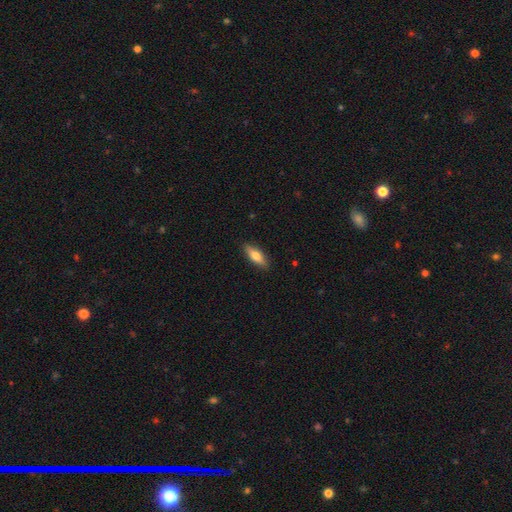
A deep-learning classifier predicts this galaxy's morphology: Smooth or featured: smooth — 68% (featured or disk — 26%)
How rounded: in between — 58% (cigar-shaped — 40%)
Merging: none — 88% (minor disturbance — 9%)